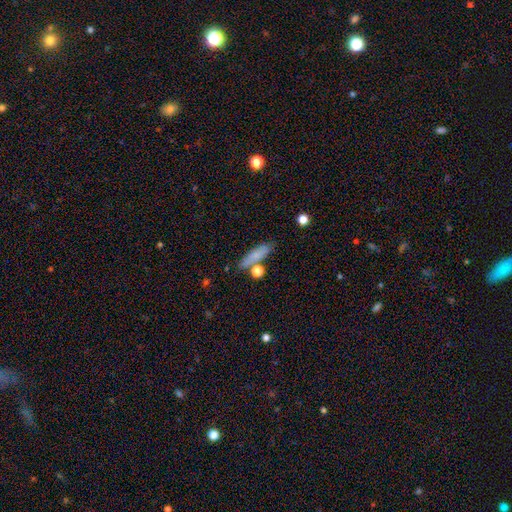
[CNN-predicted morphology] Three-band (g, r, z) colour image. It shows a smooth galaxy with no disk features (77%) that is cigar-shaped (64%). Merging: none (73%).